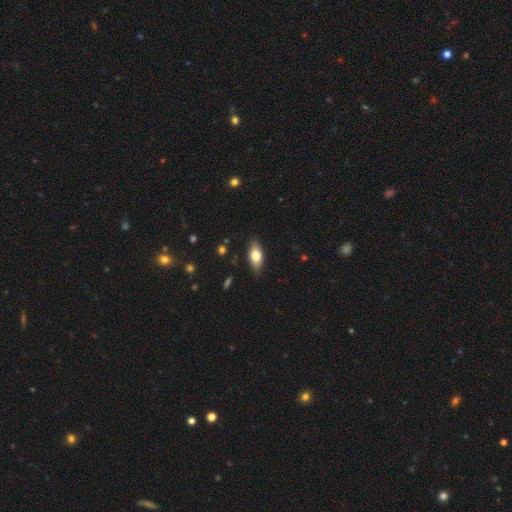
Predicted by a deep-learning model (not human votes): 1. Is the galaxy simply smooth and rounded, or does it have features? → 72% smooth, 21% featured or disk, 7% star or artifact.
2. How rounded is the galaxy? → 83% in between, 13% cigar-shaped, 3% round.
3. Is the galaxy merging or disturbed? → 85% none, 12% minor disturbance, 2% major disturbance, 1% merger.